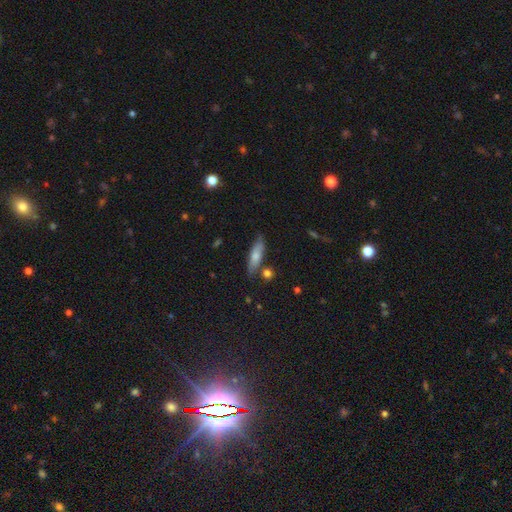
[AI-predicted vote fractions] Q: Smooth or featured?
A: smooth (68%); runner-up: featured or disk (25%)
Q: How rounded?
A: cigar-shaped (60%); runner-up: in between (37%)
Q: Merging?
A: none (76%); runner-up: minor disturbance (15%)